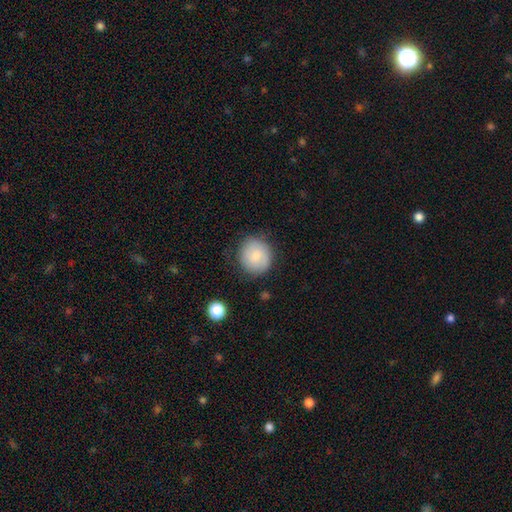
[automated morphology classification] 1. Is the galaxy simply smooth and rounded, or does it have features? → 75% smooth, 18% featured or disk, 7% star or artifact.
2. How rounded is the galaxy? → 89% round, 10% in between, 1% cigar-shaped.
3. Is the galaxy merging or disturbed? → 80% none, 15% minor disturbance, 4% major disturbance, 2% merger.